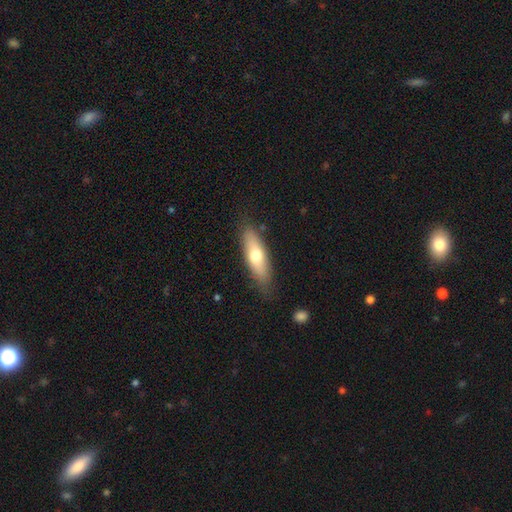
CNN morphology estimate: The model was most divided on "how rounded": in between: 52%, cigar-shaped: 46%, round: 3%. More confident: merging — none (81%); smooth or featured — smooth (64%).